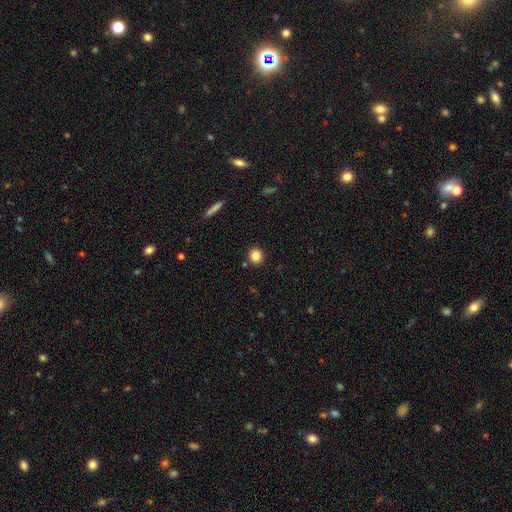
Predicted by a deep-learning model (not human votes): smooth-or-featured: smooth: 84% | star or artifact: 10% | featured or disk: 5%
  how-rounded: round: 83% | in between: 15% | cigar-shaped: 1%
  merging: none: 89% | minor disturbance: 6% | merger: 3% | major disturbance: 2%